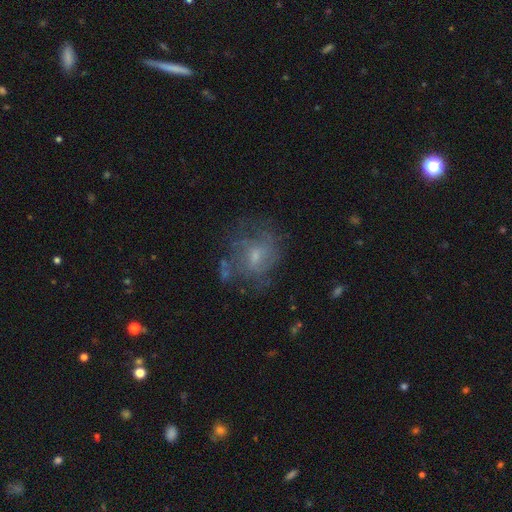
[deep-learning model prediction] A featured or disk galaxy (57%) with no bar (55%), spiral arms (54%) and a small central bulge (49%). Merging: none (54%).